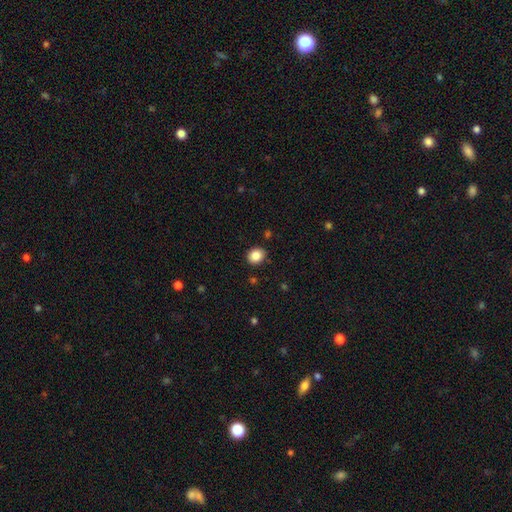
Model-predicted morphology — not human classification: smooth_or_featured: smooth (p=0.86) [alt: star or artifact p=0.09]
how_rounded: round (p=0.58) [alt: in between p=0.41]
merging: none (p=0.88) [alt: minor disturbance p=0.08]